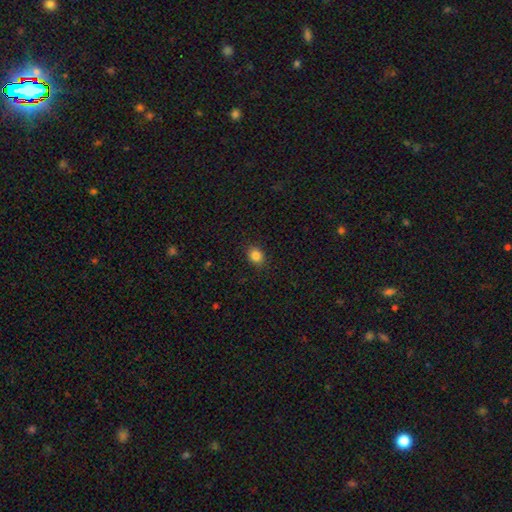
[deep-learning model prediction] A smooth galaxy with no disk features (84%) that is round (50%). Merging: none (89%).